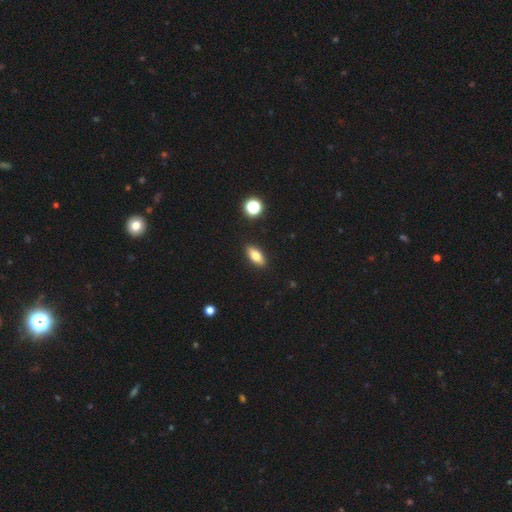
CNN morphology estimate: Q: Smooth or featured?
A: smooth (72%); runner-up: featured or disk (19%)
Q: How rounded?
A: in between (79%); runner-up: cigar-shaped (16%)
Q: Merging?
A: none (89%); runner-up: minor disturbance (7%)